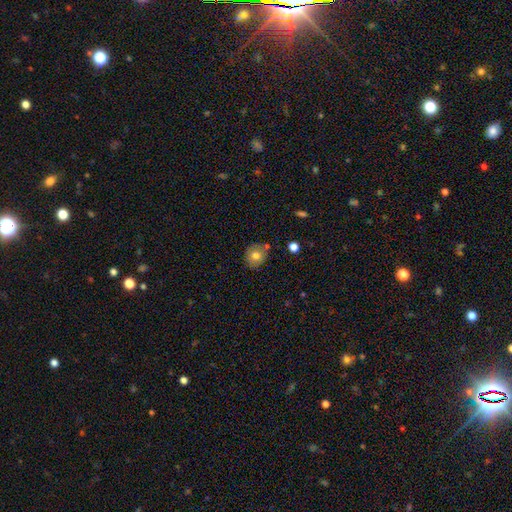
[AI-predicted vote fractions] This appears to be a smooth galaxy with no disk features (75%) that is round (73%). Merging: none (76%).